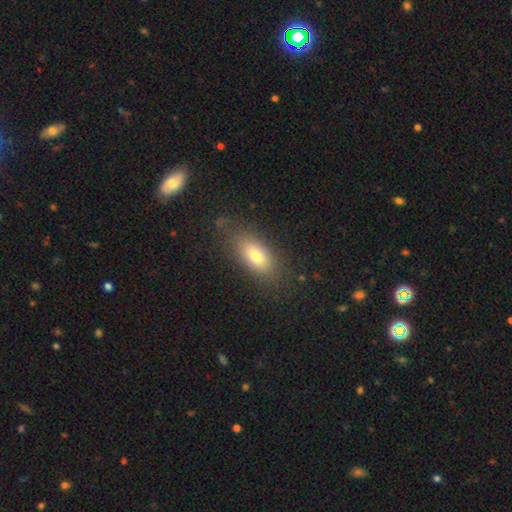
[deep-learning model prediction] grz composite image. It shows a smooth galaxy with no disk features (75%) that is in between round and cigar-shaped (85%). Merging: none (78%).